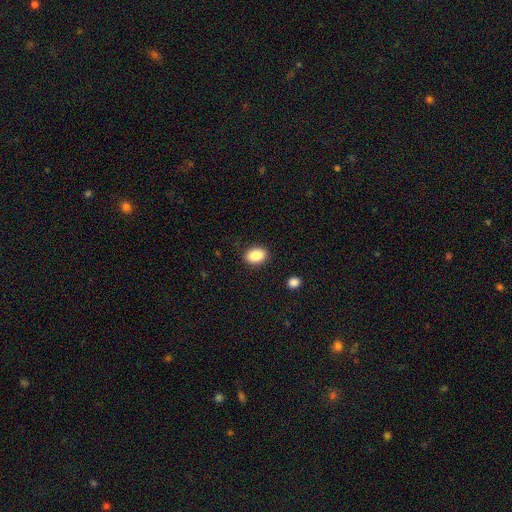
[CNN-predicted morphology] This is clearly a smooth galaxy (88%). How rounded: clearly in between (81%). Merging: clearly none (89%).